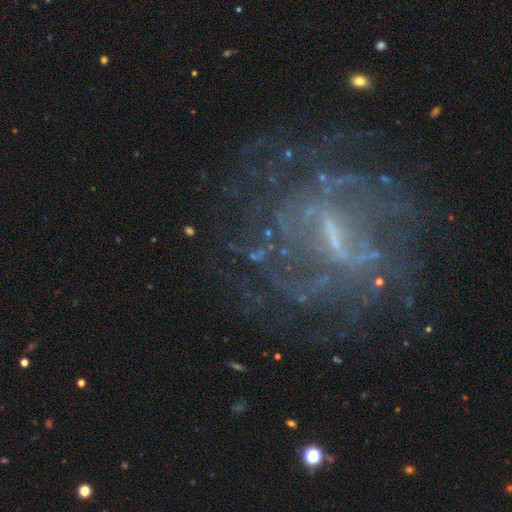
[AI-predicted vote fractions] Smooth or featured? Predicted: featured or disk (p=0.71). Edge-on disk? Predicted: no (p=0.95). Bar? Predicted: strong (p=0.46). Spiral arms? Predicted: yes (p=0.77). Spiral winding? Predicted: tight (p=0.42). Spiral arm count? Predicted: can't tell (p=0.36). Bulge size? Predicted: small (p=0.49). Merging? Predicted: none (p=0.60).